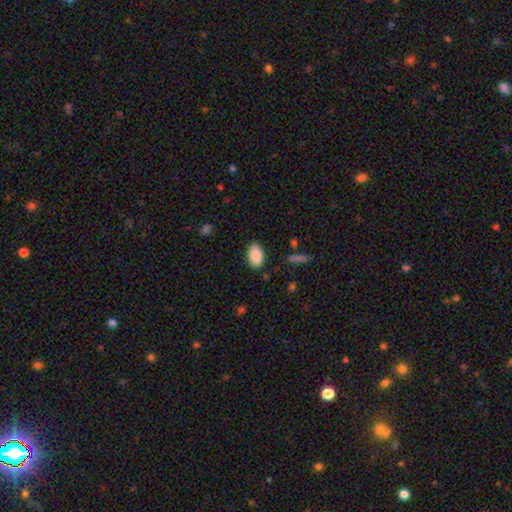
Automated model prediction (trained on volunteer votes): Smooth or featured: smooth — 88% (star or artifact — 7%)
How rounded: in between — 92% (round — 6%)
Merging: none — 84% (minor disturbance — 12%)